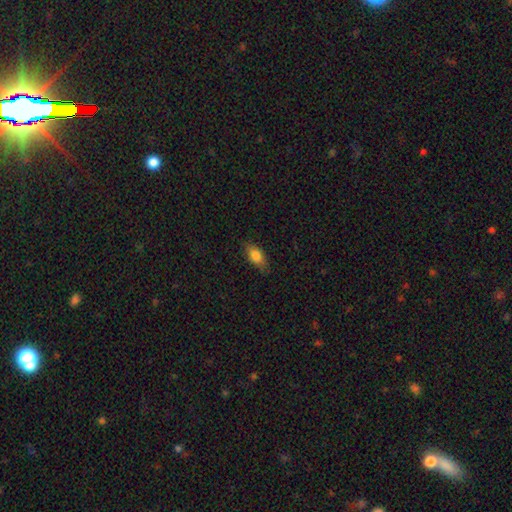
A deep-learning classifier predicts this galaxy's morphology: This is clearly a smooth galaxy (80%). How rounded: clearly in between (85%). Merging: likely none (80%).